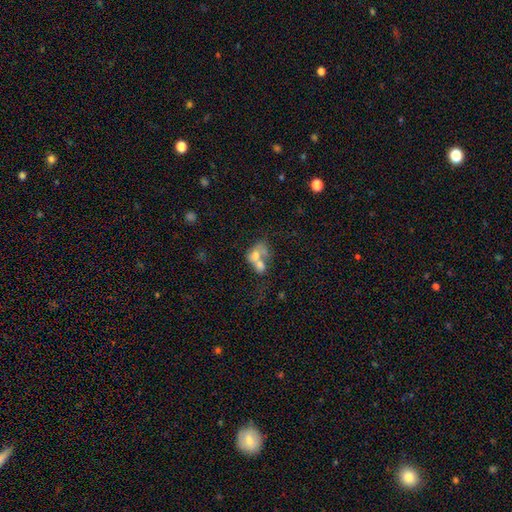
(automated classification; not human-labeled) Q: Smooth or featured?
A: smooth (57%); runner-up: featured or disk (32%)
Q: How rounded?
A: in between (64%); runner-up: round (34%)
Q: Merging?
A: merger (74%); runner-up: none (11%)